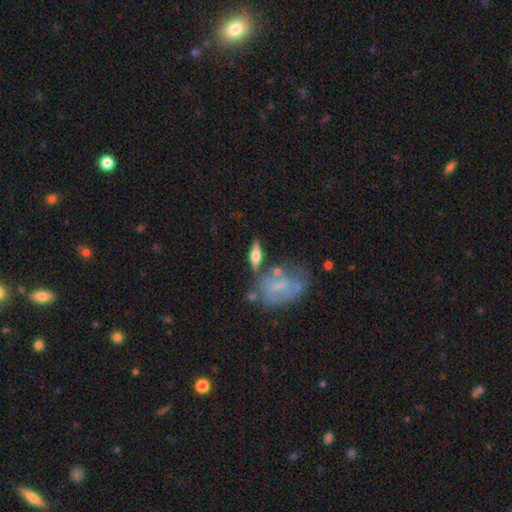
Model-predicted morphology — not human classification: Smooth or featured? featured or disk (56%)
Edge-on disk? yes (88%)
Merging? none (70%)